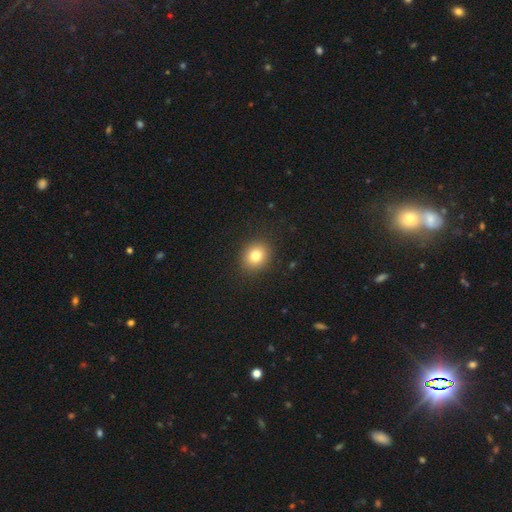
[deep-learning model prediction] Q: Smooth or featured?
A: smooth (80%); runner-up: star or artifact (11%)
Q: How rounded?
A: round (71%); runner-up: in between (28%)
Q: Merging?
A: none (89%); runner-up: minor disturbance (7%)